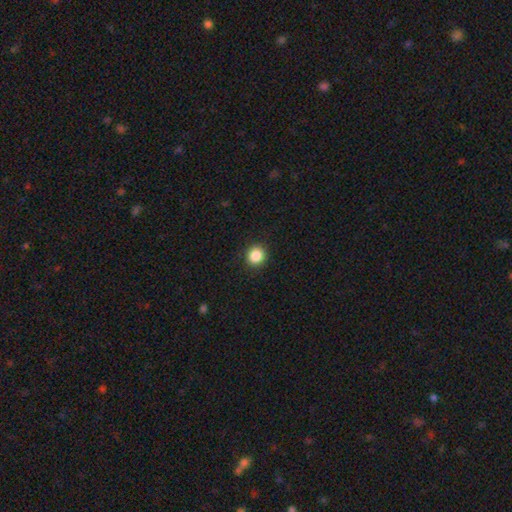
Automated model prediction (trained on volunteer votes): This is clearly a smooth galaxy (86%). How rounded: clearly round (88%). Merging: clearly none (91%).